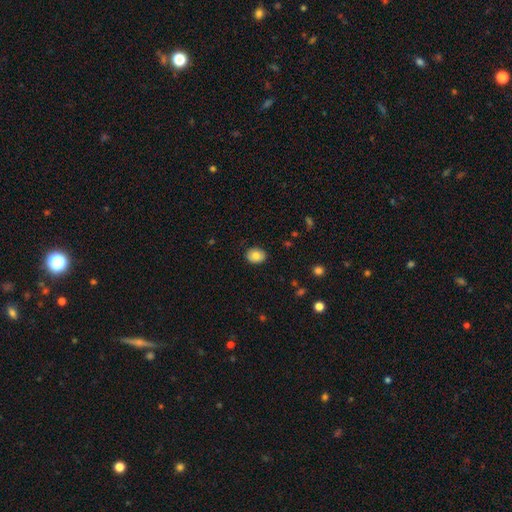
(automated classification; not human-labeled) smooth 81%, featured or disk 10%, star or artifact 8%. Down the decision tree: how rounded — round (50%); merging — none (87%).